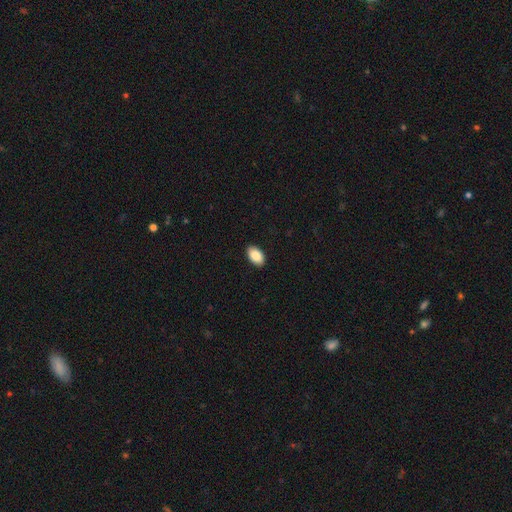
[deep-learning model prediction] smooth_or_featured: smooth (p=0.89) [alt: star or artifact p=0.07]
how_rounded: in between (p=0.94) [alt: round p=0.04]
merging: none (p=0.90) [alt: minor disturbance p=0.08]